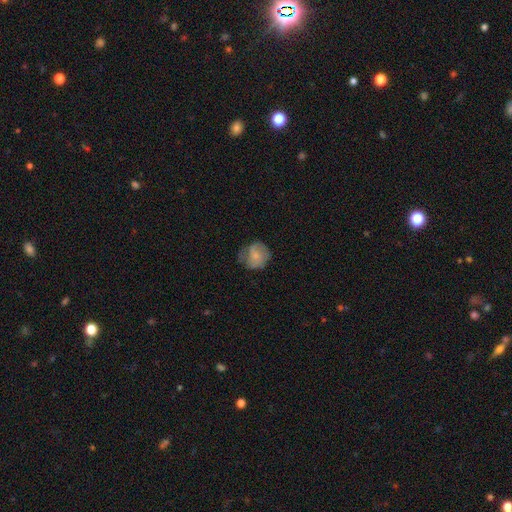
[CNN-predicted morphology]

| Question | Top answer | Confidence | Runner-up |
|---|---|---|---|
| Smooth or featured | smooth | 67% | featured or disk (25%) |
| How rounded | round | 79% | in between (20%) |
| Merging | none | 55% | minor disturbance (29%) |